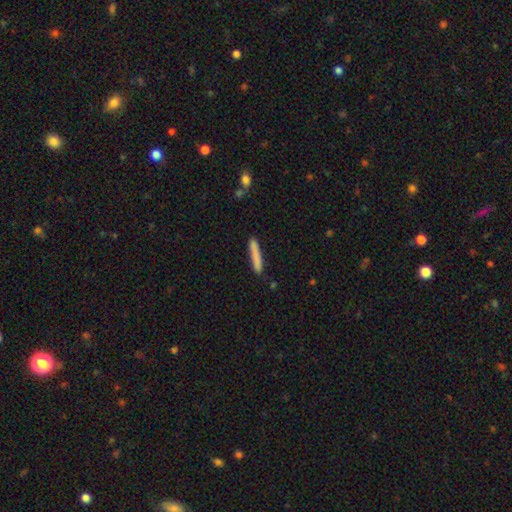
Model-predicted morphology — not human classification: smooth_or_featured: smooth (p=0.81) [alt: featured or disk p=0.13]
how_rounded: cigar-shaped (p=0.94) [alt: in between p=0.05]
merging: none (p=0.85) [alt: minor disturbance p=0.11]